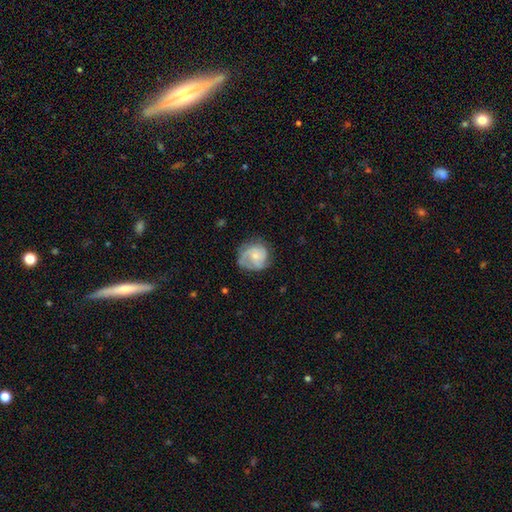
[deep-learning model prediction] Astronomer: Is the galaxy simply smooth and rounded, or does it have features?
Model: featured or disk — 51% (runner-up: smooth, 42%).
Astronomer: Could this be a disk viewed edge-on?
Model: no — 97%.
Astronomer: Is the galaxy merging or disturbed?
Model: none — 60%.